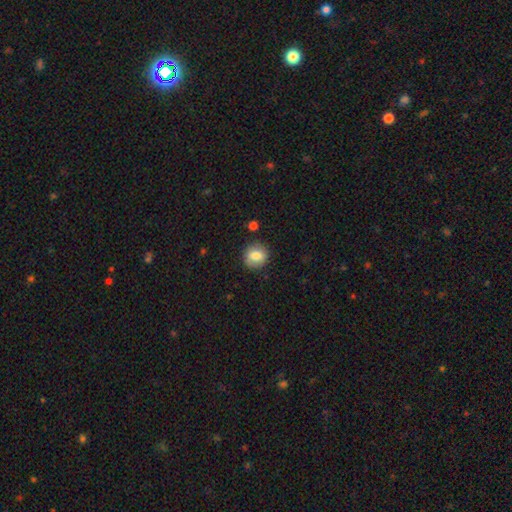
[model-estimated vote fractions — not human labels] Smooth or featured?
  - smooth: 81% *
  - featured or disk: 11%
  - star or artifact: 8%
How rounded?
  - round: 80% *
  - in between: 19%
  - cigar-shaped: 1%
Merging?
  - none: 86% *
  - minor disturbance: 10%
  - major disturbance: 3%
  - merger: 2%